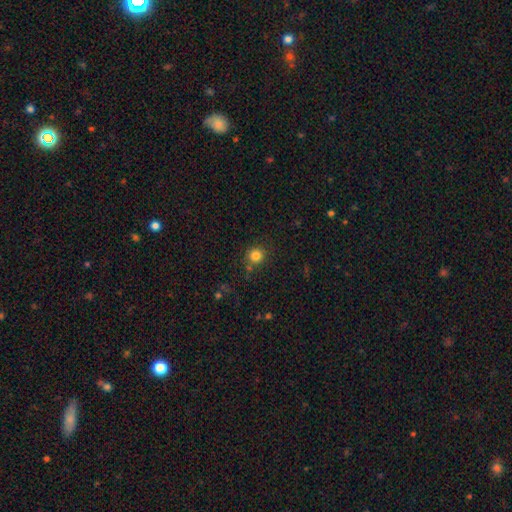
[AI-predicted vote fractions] Smooth or featured? Predicted: smooth (p=0.83). How rounded? Predicted: round (p=0.91). Merging? Predicted: none (p=0.79).